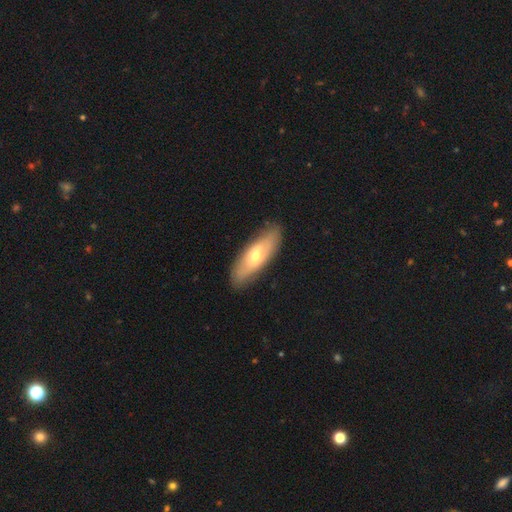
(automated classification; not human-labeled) Morphology: type=smooth (51%); roundness=in between (62%); merging=none (86%).